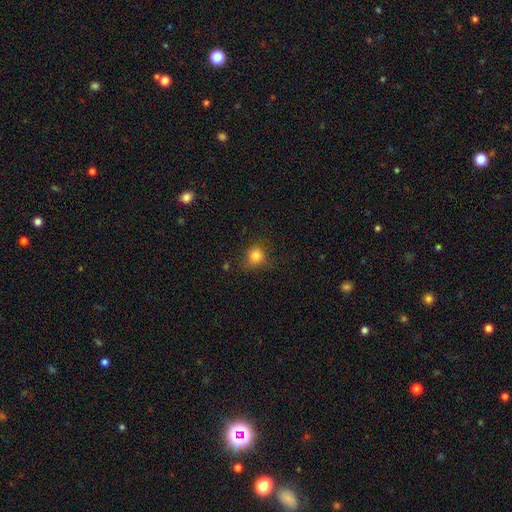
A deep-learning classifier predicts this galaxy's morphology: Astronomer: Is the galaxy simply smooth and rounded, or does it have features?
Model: smooth — 82%.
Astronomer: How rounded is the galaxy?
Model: round — 82%.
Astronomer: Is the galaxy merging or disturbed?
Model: none — 72%.